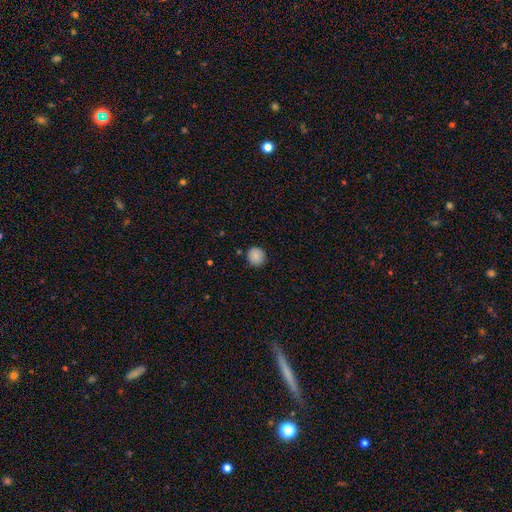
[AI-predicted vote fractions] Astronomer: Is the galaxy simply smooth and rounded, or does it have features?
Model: smooth — 87%.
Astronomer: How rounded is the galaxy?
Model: round — 92%.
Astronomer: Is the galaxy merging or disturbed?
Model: none — 88%.